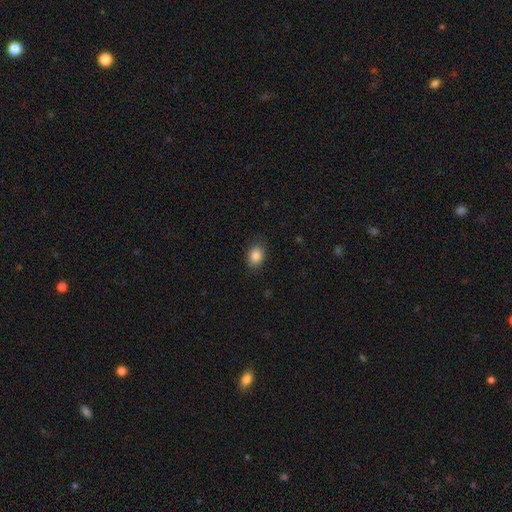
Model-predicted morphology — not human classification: This appears to be a smooth galaxy with no disk features (86%) that is in between round and cigar-shaped (63%). Merging: none (86%).